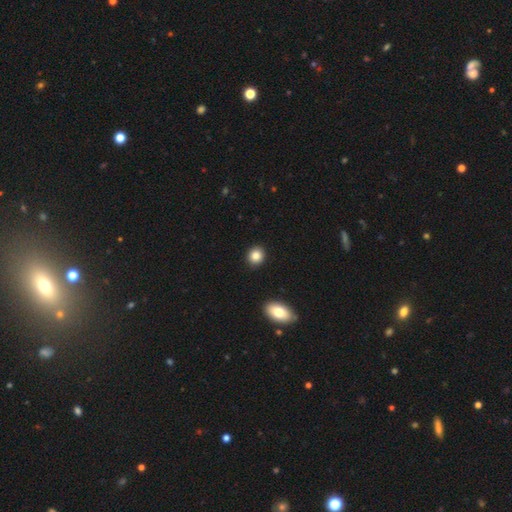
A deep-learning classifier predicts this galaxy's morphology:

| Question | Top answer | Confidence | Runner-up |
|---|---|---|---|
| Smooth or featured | smooth | 85% | star or artifact (9%) |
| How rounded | round | 74% | in between (25%) |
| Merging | none | 91% | minor disturbance (6%) |